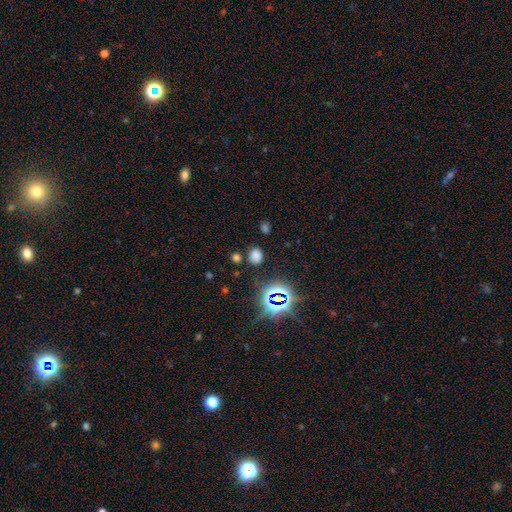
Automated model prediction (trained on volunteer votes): A smooth galaxy with no disk features (64%) that is round (54%). Merging: none (82%).